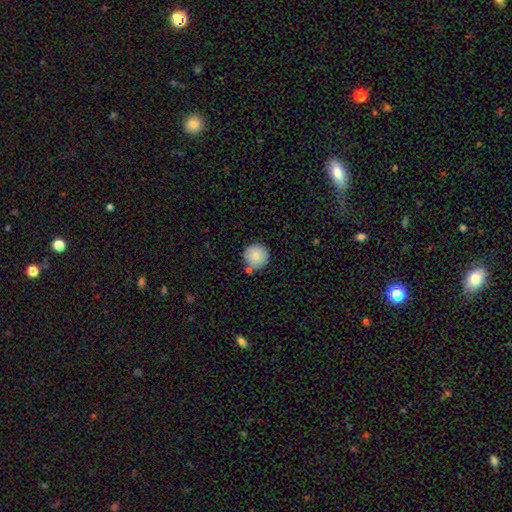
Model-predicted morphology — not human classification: Smooth or featured: smooth — 86% (star or artifact — 8%)
How rounded: round — 96% (in between — 3%)
Merging: none — 83% (minor disturbance — 8%)